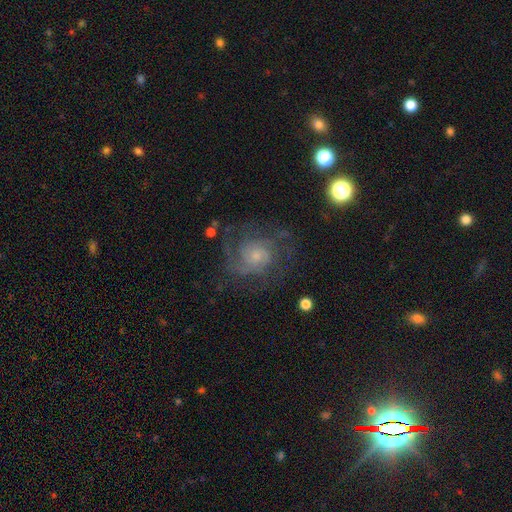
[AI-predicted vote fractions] Smooth or featured?
  - featured or disk: 76% *
  - smooth: 14%
  - star or artifact: 9%
Edge-on disk?
  - no: 98% *
  - yes: 2%
Bar?
  - no: 72% *
  - weak: 25%
  - strong: 3%
Spiral arms?
  - yes: 92% *
  - no: 8%
Spiral winding?
  - tight: 48% *
  - medium: 40%
  - loose: 12%
Spiral arm count?
  - can't tell: 32% *
  - 2: 26%
  - 3: 21%
  - 4: 9%
  - 1: 6%
  - more than 4: 5%
Bulge size?
  - small: 58% *
  - moderate: 27%
  - none: 9%
  - large: 4%
  - dominant: 1%
Merging?
  - none: 67% *
  - minor disturbance: 17%
  - major disturbance: 15%
  - merger: 2%